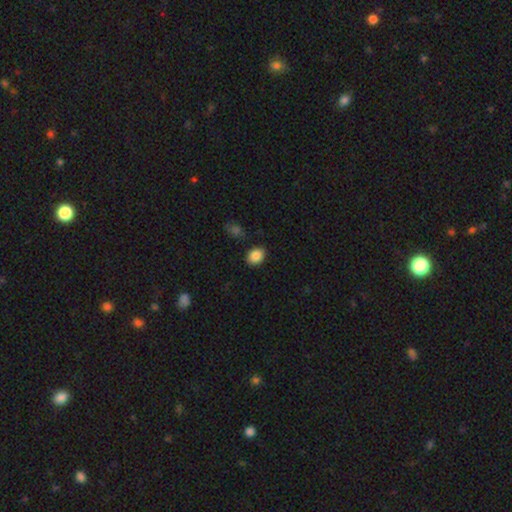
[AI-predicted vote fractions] This is clearly a smooth galaxy (87%). How rounded: possibly in between (58%). Merging: clearly none (87%).